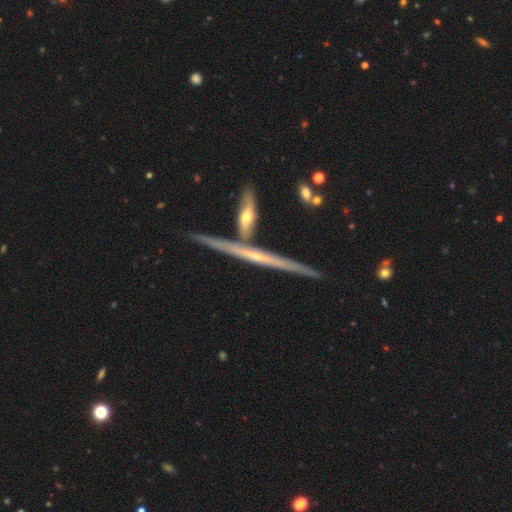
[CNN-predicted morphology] Smooth or featured? Predicted: featured or disk (p=0.79). Edge-on disk? Predicted: yes (p=0.97). Edge-on bulge? Predicted: none (p=0.57). Merging? Predicted: none (p=0.80).